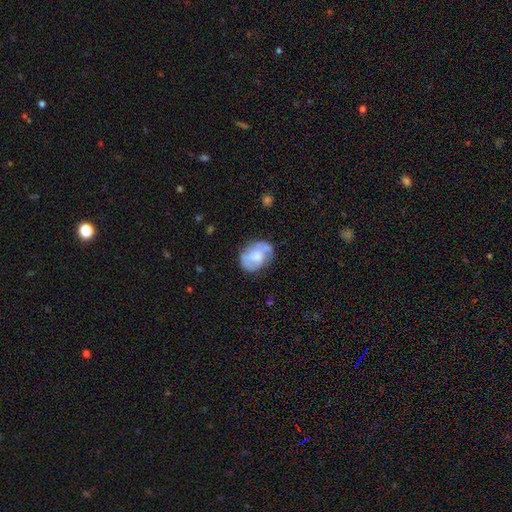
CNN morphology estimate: Smooth or featured? Predicted: featured or disk (p=0.52). Edge-on disk? Predicted: no (p=0.97). Bar? Predicted: no (p=0.66). Spiral arms? Predicted: yes (p=0.71). Bulge size? Predicted: moderate (p=0.28, tied with none). Merging? Predicted: none (p=0.62).